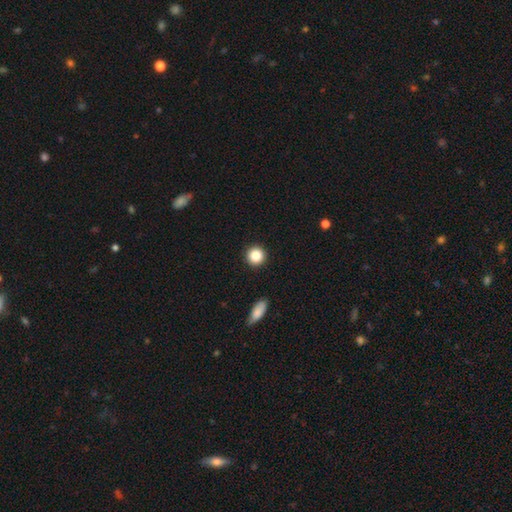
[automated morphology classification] This appears to be a smooth galaxy with no disk features (86%) that is round (94%). Merging: none (92%).